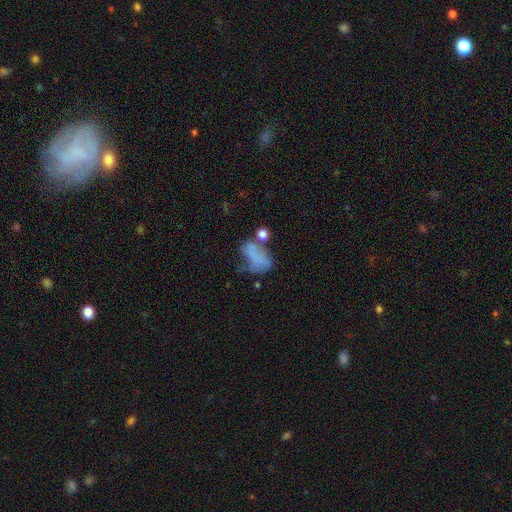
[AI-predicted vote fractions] Smooth or featured? Predicted: smooth (p=0.57). How rounded? Predicted: in between (p=0.84). Merging? Predicted: major disturbance (p=0.33).